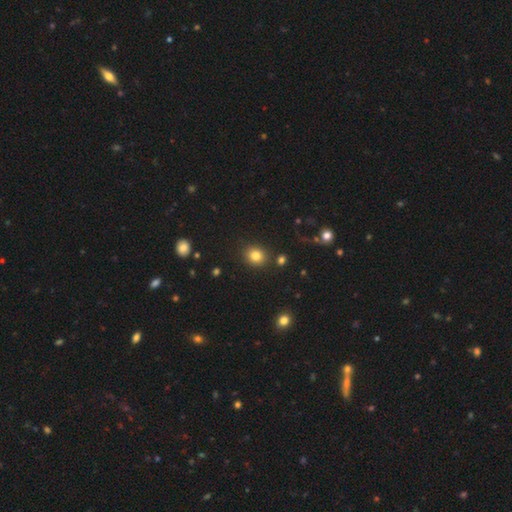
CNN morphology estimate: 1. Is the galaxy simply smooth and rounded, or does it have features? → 83% smooth, 11% star or artifact, 6% featured or disk.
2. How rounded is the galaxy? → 67% round, 32% in between, 1% cigar-shaped.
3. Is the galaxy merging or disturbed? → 85% none, 8% minor disturbance, 4% merger, 3% major disturbance.